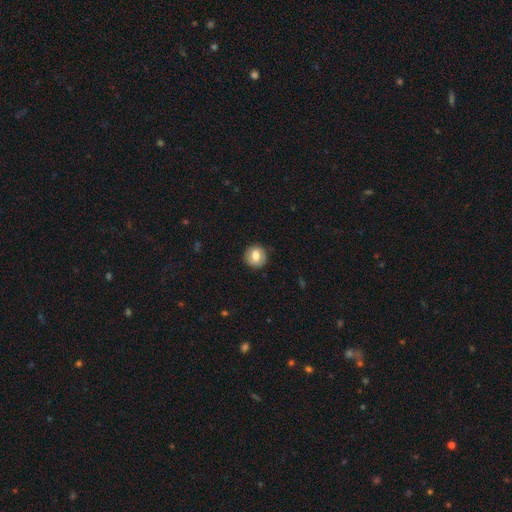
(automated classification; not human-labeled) smooth-or-featured: smooth: 70% | featured or disk: 22% | star or artifact: 8%
  how-rounded: round: 85% | in between: 14% | cigar-shaped: 1%
  merging: none: 87% | minor disturbance: 9% | major disturbance: 3% | merger: 1%